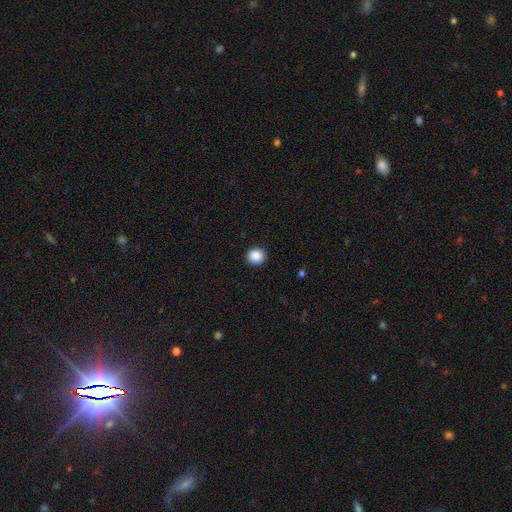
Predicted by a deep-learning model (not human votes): A smooth galaxy with no disk features (88%) that is round (91%).

Vote fractions:
- Smooth or featured? smooth: 88% / star or artifact: 9% / featured or disk: 3%
- How rounded? round: 91% / in between: 8% / cigar-shaped: 1%
- Merging? none: 92% / minor disturbance: 5% / major disturbance: 2% / merger: 1%